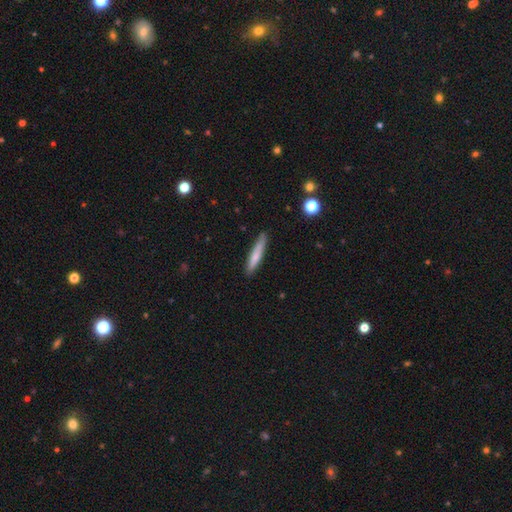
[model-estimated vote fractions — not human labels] Q: Smooth or featured?
A: smooth (69%); runner-up: featured or disk (24%)
Q: How rounded?
A: cigar-shaped (92%); runner-up: in between (7%)
Q: Merging?
A: none (84%); runner-up: minor disturbance (12%)